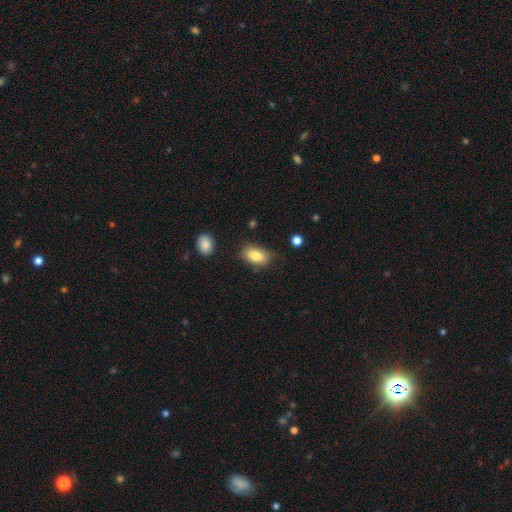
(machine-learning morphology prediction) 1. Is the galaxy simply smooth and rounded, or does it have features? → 84% smooth, 8% featured or disk, 7% star or artifact.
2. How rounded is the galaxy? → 90% in between, 7% round, 2% cigar-shaped.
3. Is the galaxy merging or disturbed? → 73% none, 20% minor disturbance, 5% major disturbance, 2% merger.